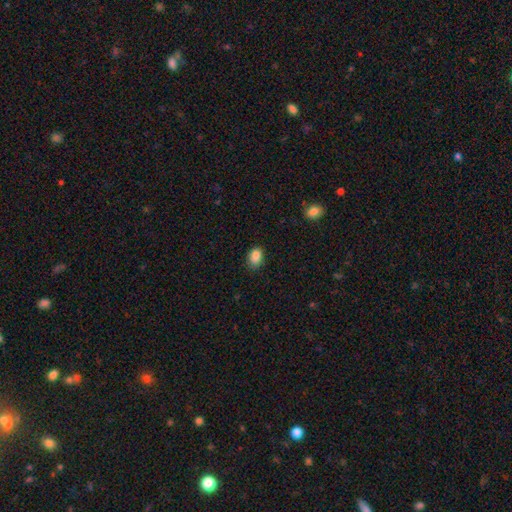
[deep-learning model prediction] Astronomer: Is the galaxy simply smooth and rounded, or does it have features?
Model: smooth — 87%.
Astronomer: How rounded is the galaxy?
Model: in between — 82%.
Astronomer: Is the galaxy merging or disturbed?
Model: none — 77%.